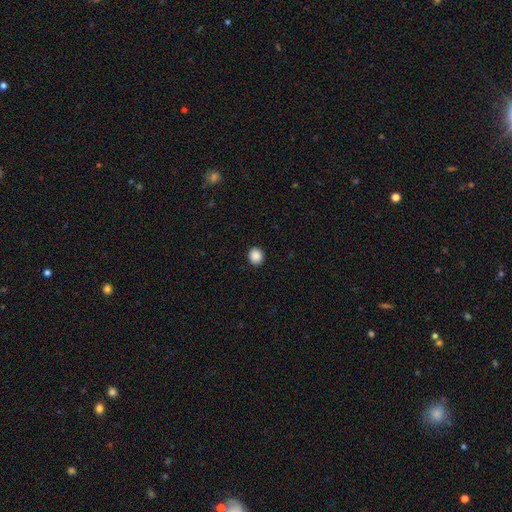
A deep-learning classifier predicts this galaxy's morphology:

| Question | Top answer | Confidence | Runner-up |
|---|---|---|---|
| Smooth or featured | smooth | 88% | star or artifact (9%) |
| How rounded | round | 82% | in between (17%) |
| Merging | none | 92% | minor disturbance (5%) |